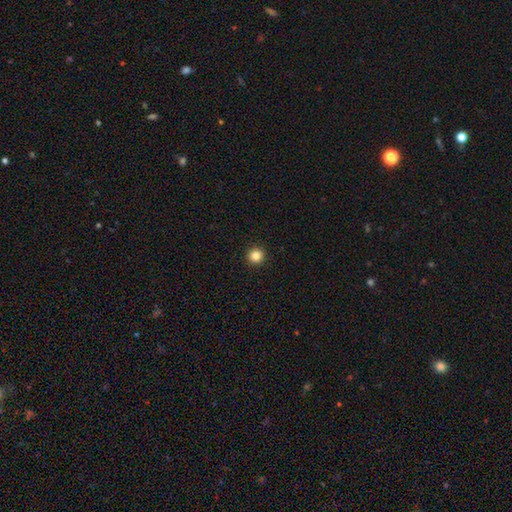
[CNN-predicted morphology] Q: Smooth or featured?
A: smooth (85%); runner-up: star or artifact (12%)
Q: How rounded?
A: round (96%); runner-up: in between (3%)
Q: Merging?
A: none (94%); runner-up: minor disturbance (4%)